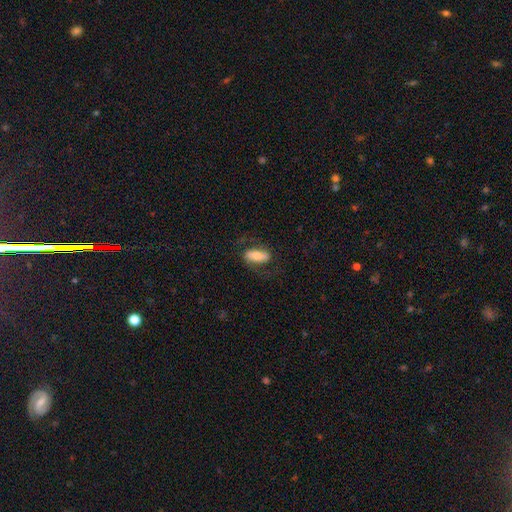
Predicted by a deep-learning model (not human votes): Smooth or featured: smooth — 51% (featured or disk — 42%)
How rounded: in between — 82% (cigar-shaped — 14%)
Merging: none — 69% (minor disturbance — 17%)